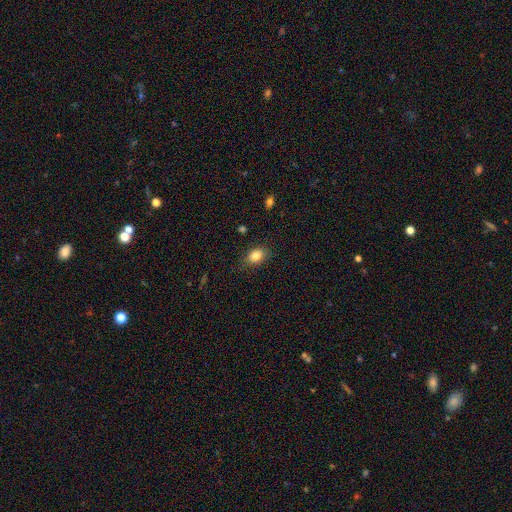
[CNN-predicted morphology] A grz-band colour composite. It shows a smooth galaxy with no disk features (84%) that is in between round and cigar-shaped (76%). Merging: none (80%).